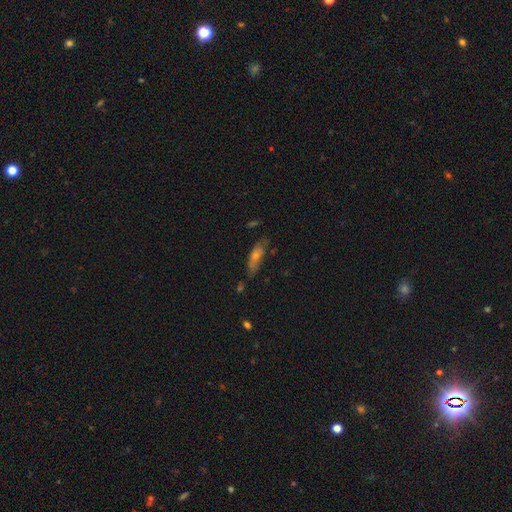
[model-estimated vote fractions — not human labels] Overall: featured or disk (45%; smooth 44%). Merging: none (64%; minor disturbance 25%).